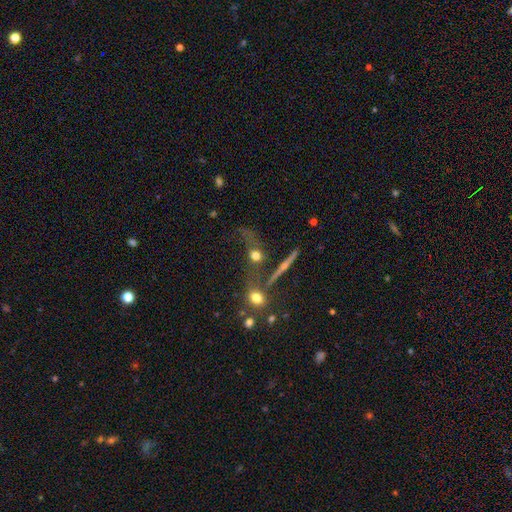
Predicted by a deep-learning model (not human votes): Morphology: type=smooth (50%); roundness=round (67%); merging=none (43%).